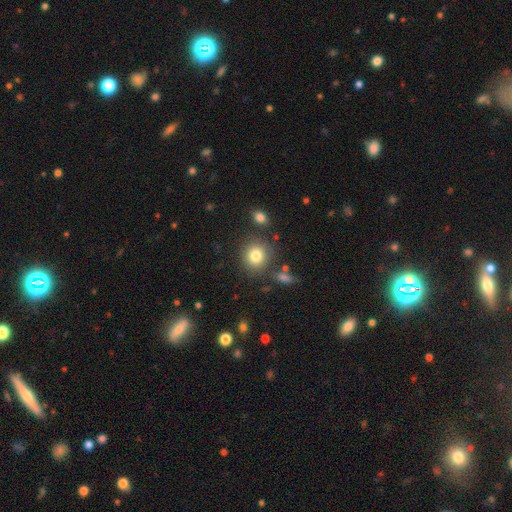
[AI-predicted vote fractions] smooth-or-featured: smooth: 81% | star or artifact: 11% | featured or disk: 8%
  how-rounded: round: 84% | in between: 15% | cigar-shaped: 1%
  merging: none: 81% | minor disturbance: 10% | merger: 6% | major disturbance: 3%